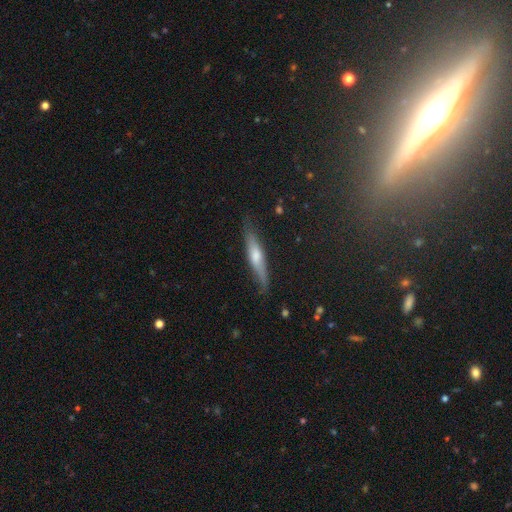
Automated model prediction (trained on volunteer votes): A featured or disk galaxy (53%) viewed edge-on (90%).

Vote fractions:
- Smooth or featured? featured or disk: 53% / smooth: 39% / star or artifact: 8%
- Edge-on disk? yes: 90% / no: 10%
- Merging? none: 79% / minor disturbance: 16% / major disturbance: 3% / merger: 1%